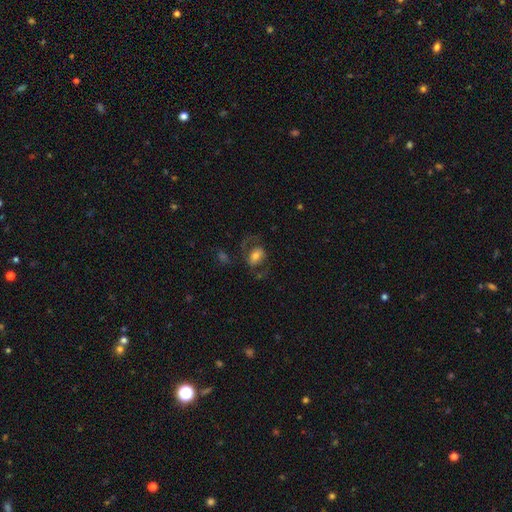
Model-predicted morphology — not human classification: Overall: smooth (48%; featured or disk 43%). Merging: none (56%; major disturbance 24%).